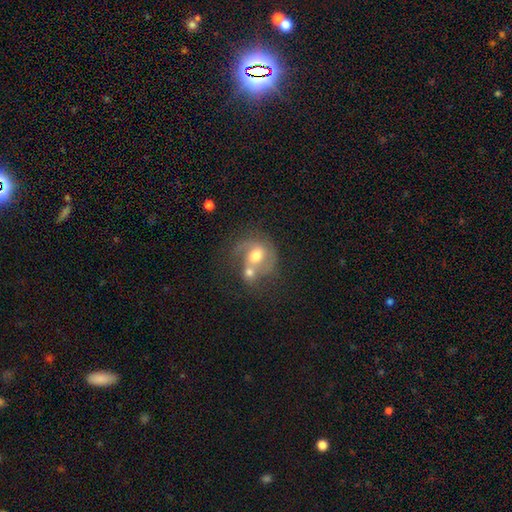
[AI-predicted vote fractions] Smooth or featured? featured or disk (58%)
Edge-on disk? no (97%)
Bar? no (61%)
Spiral arms? yes (76%)
Bulge size? moderate (68%)
Merging? merger (54%)